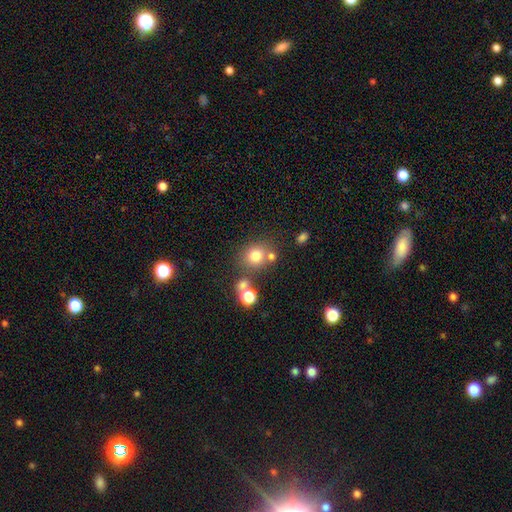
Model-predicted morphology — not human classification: This is likely a smooth galaxy (76%). How rounded: clearly round (83%). Merging: likely none (66%).